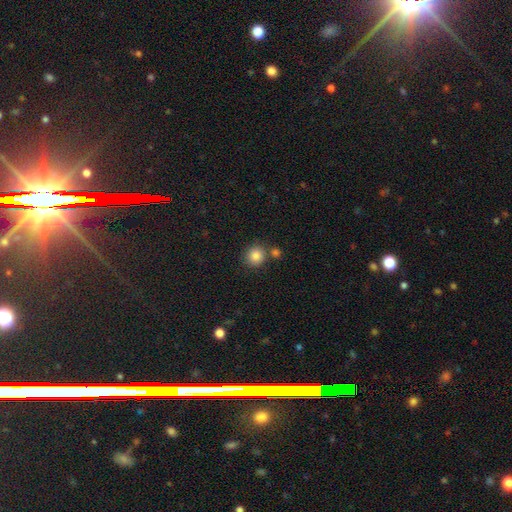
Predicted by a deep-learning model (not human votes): Smooth or featured? Predicted: smooth (p=0.85). How rounded? Predicted: round (p=0.89). Merging? Predicted: none (p=0.74).